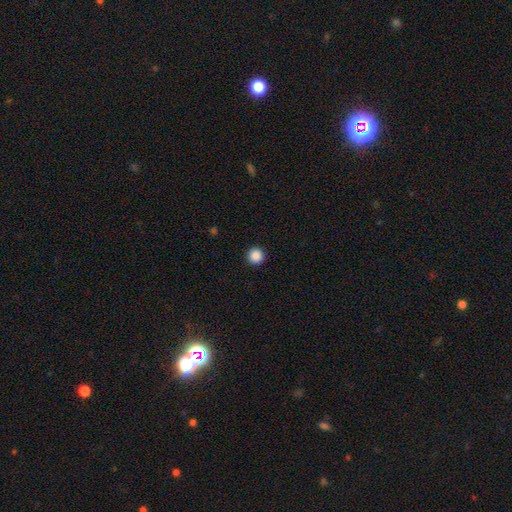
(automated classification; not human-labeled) This appears to be a smooth galaxy with no disk features (88%) that is round (96%). Merging: none (93%).